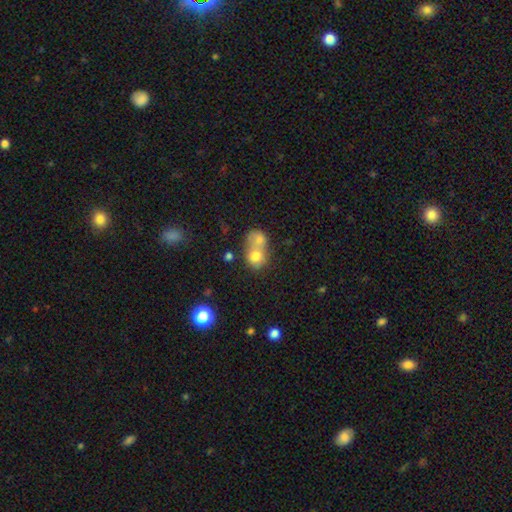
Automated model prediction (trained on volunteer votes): A smooth galaxy with no disk features (74%) that is round (66%).

Vote fractions:
- Smooth or featured? smooth: 74% / featured or disk: 17% / star or artifact: 10%
- How rounded? round: 66% / in between: 33% / cigar-shaped: 1%
- Merging? merger: 70% / none: 20% / minor disturbance: 6% / major disturbance: 4%